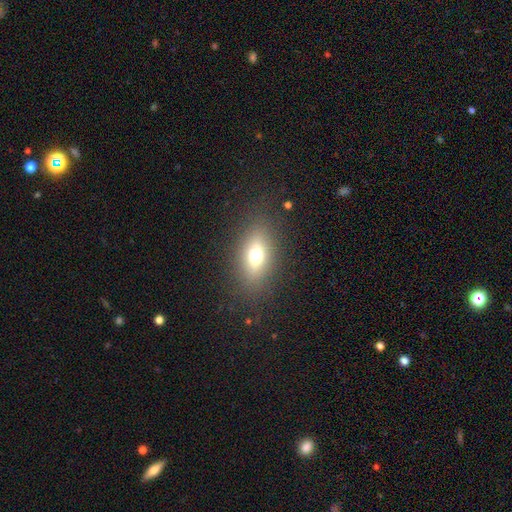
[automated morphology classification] Overall: smooth (66%). How rounded: in between (77%). Merging: none (84%).